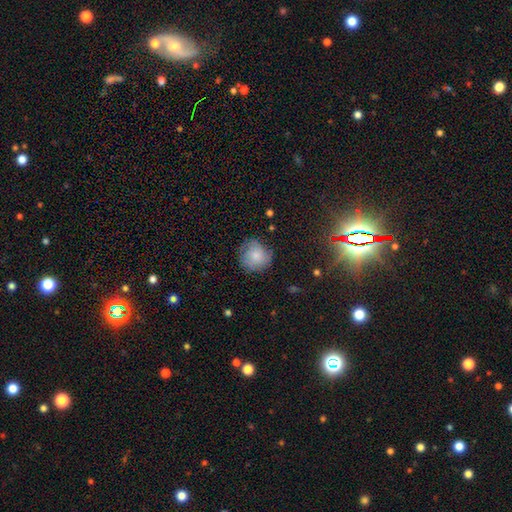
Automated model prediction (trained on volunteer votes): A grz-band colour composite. It shows a smooth galaxy with no disk features (70%) that is round (87%). Merging: none (69%).